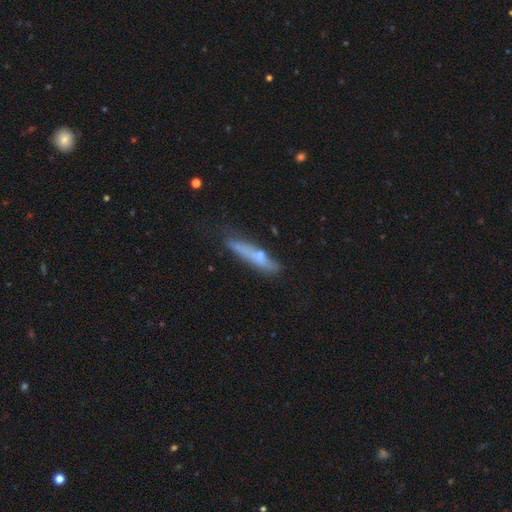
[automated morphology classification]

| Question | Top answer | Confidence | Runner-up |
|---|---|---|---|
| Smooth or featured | smooth | 55% | featured or disk (37%) |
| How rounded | cigar-shaped | 88% | in between (10%) |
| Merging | none | 61% | minor disturbance (25%) |